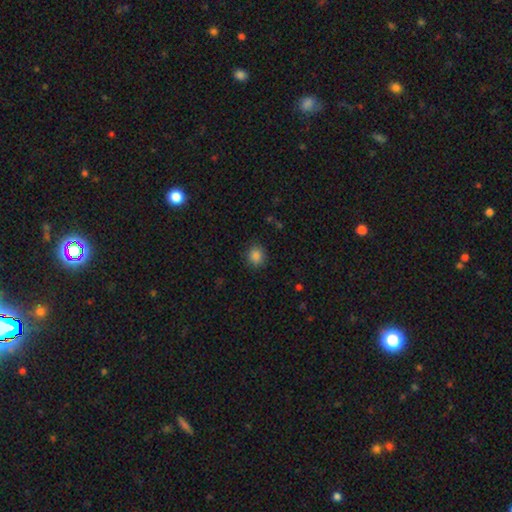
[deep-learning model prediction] Smooth or featured? smooth (87%)
How rounded? round (81%)
Merging? none (87%)